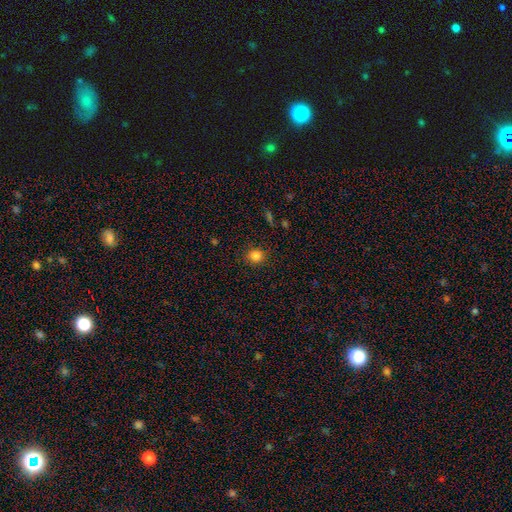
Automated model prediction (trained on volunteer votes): smooth-or-featured: smooth: 84% | star or artifact: 12% | featured or disk: 5%
  how-rounded: round: 85% | in between: 14% | cigar-shaped: 1%
  merging: none: 89% | minor disturbance: 8% | major disturbance: 3% | merger: 1%